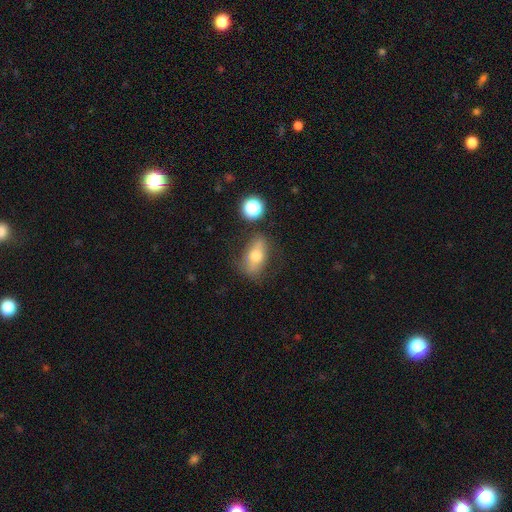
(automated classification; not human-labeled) Smooth or featured? Predicted: smooth (p=0.56). How rounded? Predicted: in between (p=0.79). Merging? Predicted: none (p=0.65).